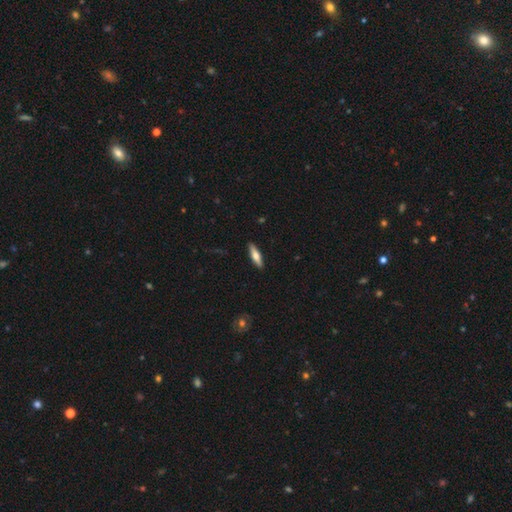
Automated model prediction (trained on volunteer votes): Smooth or featured?
  - smooth: 57% *
  - featured or disk: 38%
  - star or artifact: 6%
How rounded?
  - cigar-shaped: 67% *
  - in between: 31%
  - round: 2%
Merging?
  - none: 91% *
  - minor disturbance: 7%
  - major disturbance: 2%
  - merger: 1%